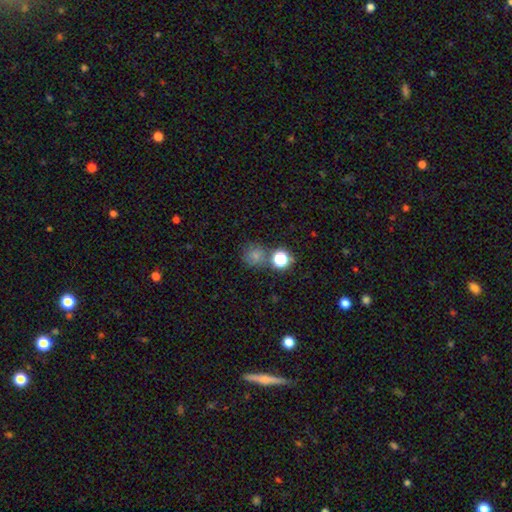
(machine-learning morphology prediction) Smooth or featured?
  - smooth: 71% *
  - star or artifact: 21%
  - featured or disk: 8%
How rounded?
  - round: 88% *
  - in between: 11%
  - cigar-shaped: 1%
Merging?
  - none: 66% *
  - merger: 17%
  - minor disturbance: 12%
  - major disturbance: 5%